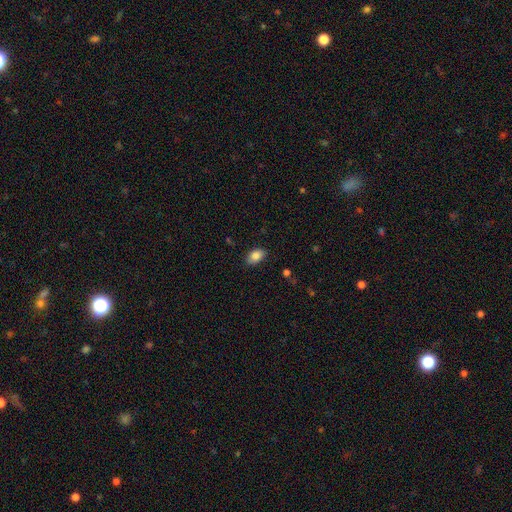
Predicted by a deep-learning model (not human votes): Smooth or featured: smooth — 85% (star or artifact — 8%)
How rounded: in between — 90% (round — 9%)
Merging: none — 85% (minor disturbance — 12%)